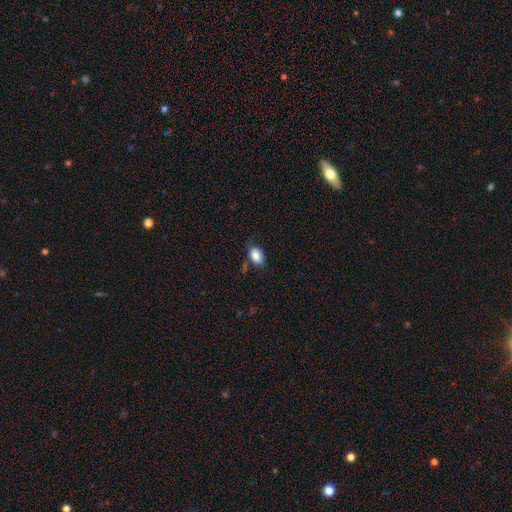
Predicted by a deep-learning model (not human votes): Morphology: type=smooth (86%); roundness=in between (82%); merging=none (70%).